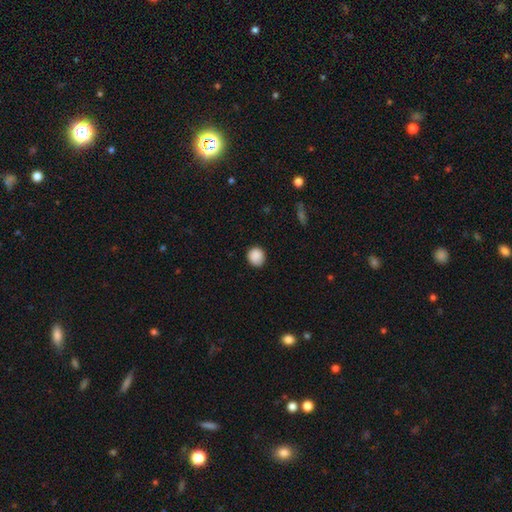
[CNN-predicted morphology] Smooth or featured? Predicted: smooth (p=0.89). How rounded? Predicted: round (p=0.86). Merging? Predicted: none (p=0.87).